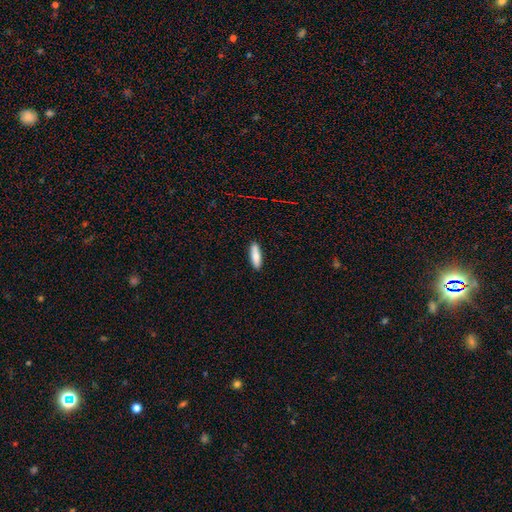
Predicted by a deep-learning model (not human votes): smooth-or-featured: smooth: 82% | featured or disk: 12% | star or artifact: 6%
  how-rounded: cigar-shaped: 57% | in between: 41% | round: 2%
  merging: none: 90% | minor disturbance: 8% | major disturbance: 2% | merger: 1%